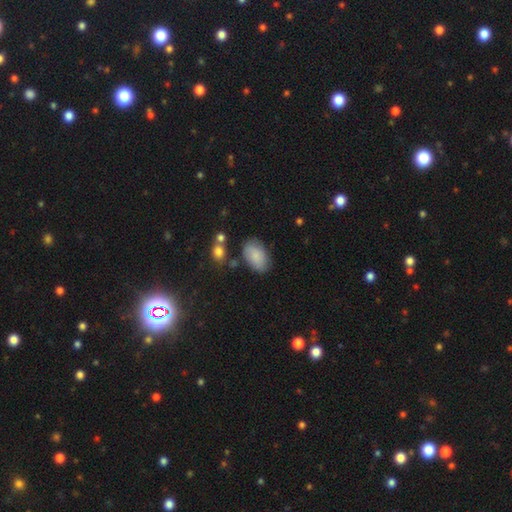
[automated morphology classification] Smooth or featured? Predicted: smooth (p=0.82). How rounded? Predicted: in between (p=0.92). Merging? Predicted: none (p=0.73).